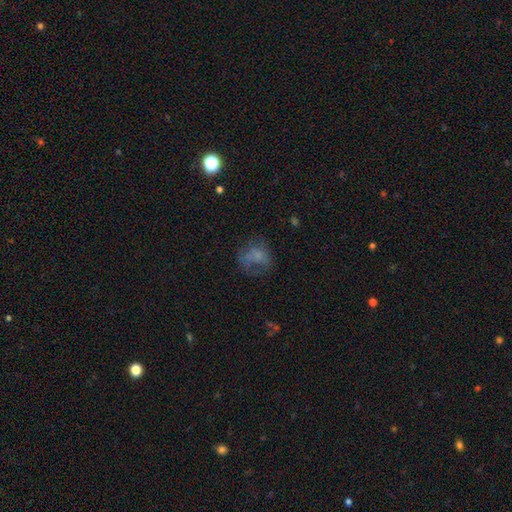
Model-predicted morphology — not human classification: Q: Smooth or featured?
A: smooth (48%); runner-up: featured or disk (35%)
Q: Merging?
A: none (46%); runner-up: major disturbance (30%)